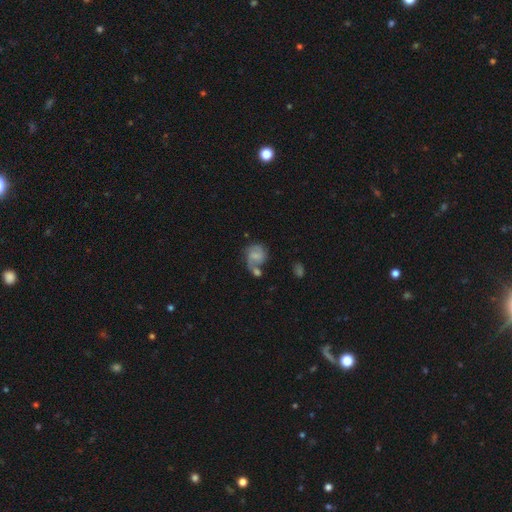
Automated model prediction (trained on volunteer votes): Q: Smooth or featured?
A: featured or disk (52%); runner-up: smooth (39%)
Q: Edge-on disk?
A: no (97%); runner-up: yes (3%)
Q: Bar?
A: no (46%); runner-up: weak (44%)
Q: Spiral arms?
A: yes (82%); runner-up: no (18%)
Q: Bulge size?
A: small (45%); runner-up: moderate (25%)
Q: Merging?
A: none (36%); runner-up: merger (34%)